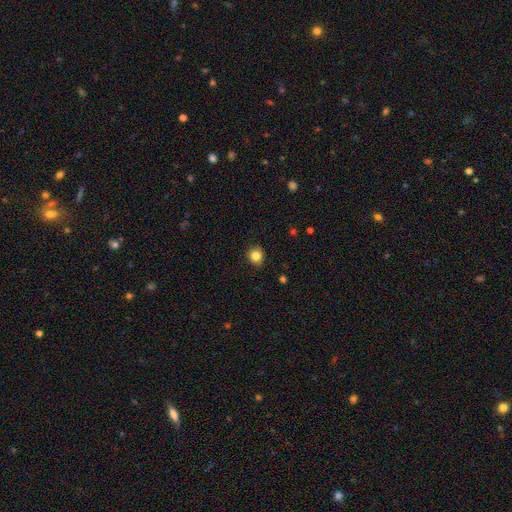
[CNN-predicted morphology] Smooth or featured?
  - smooth: 84% *
  - star or artifact: 11%
  - featured or disk: 6%
How rounded?
  - round: 83% *
  - in between: 16%
  - cigar-shaped: 1%
Merging?
  - none: 88% *
  - minor disturbance: 9%
  - major disturbance: 2%
  - merger: 1%